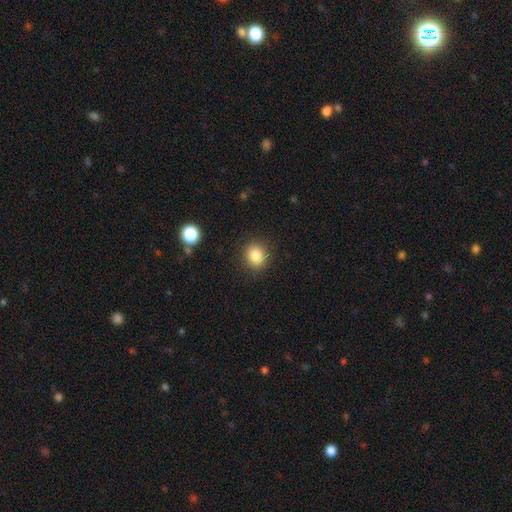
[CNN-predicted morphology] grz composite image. It shows a smooth galaxy with no disk features (84%) that is round (83%). Merging: none (89%).